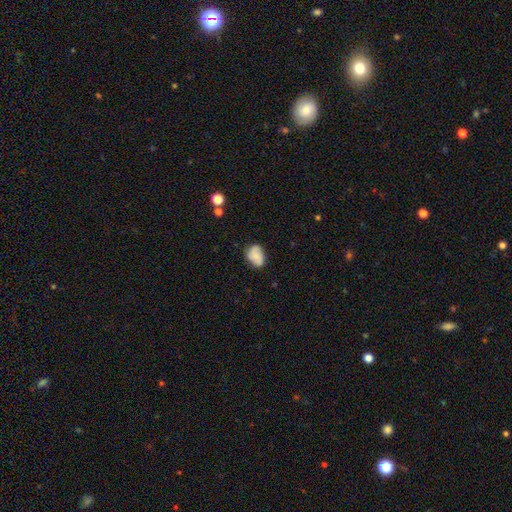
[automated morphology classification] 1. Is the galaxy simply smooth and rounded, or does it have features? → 62% smooth, 29% featured or disk, 9% star or artifact.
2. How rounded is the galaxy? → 73% in between, 26% round, 1% cigar-shaped.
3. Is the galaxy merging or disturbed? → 67% none, 25% minor disturbance, 6% major disturbance, 2% merger.